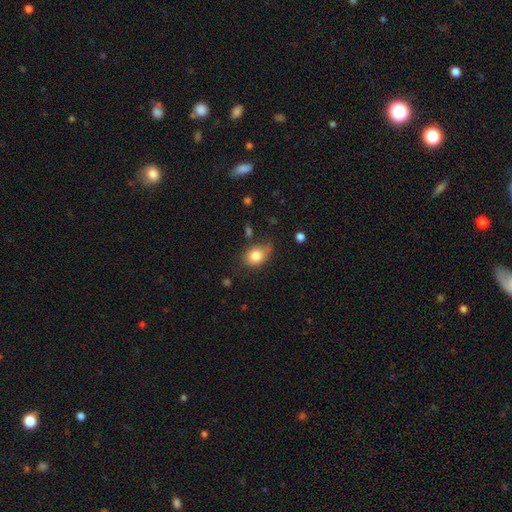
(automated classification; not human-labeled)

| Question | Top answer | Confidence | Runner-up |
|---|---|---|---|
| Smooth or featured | smooth | 81% | featured or disk (10%) |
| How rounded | in between | 62% | round (37%) |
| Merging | none | 59% | minor disturbance (29%) |